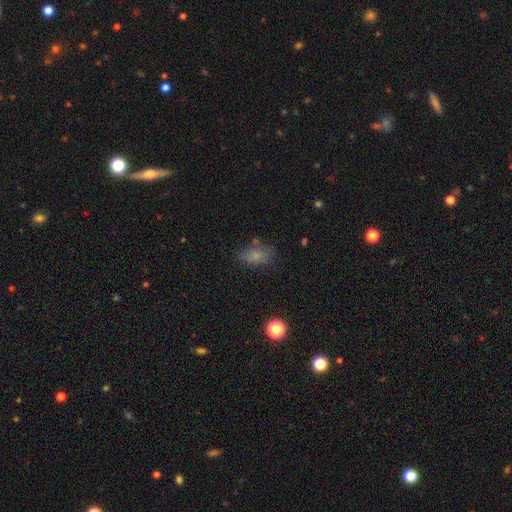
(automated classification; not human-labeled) The model was most divided on "merging": none: 70%, minor disturbance: 19%, major disturbance: 6%, merger: 4%. More confident: how rounded — in between (86%); smooth or featured — smooth (78%).